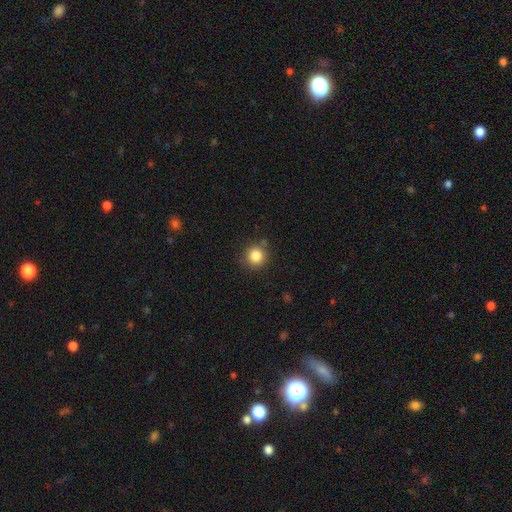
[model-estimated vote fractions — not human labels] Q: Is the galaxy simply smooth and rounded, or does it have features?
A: smooth — 84%.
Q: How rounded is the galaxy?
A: round — 92%.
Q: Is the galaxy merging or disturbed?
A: none — 86%.